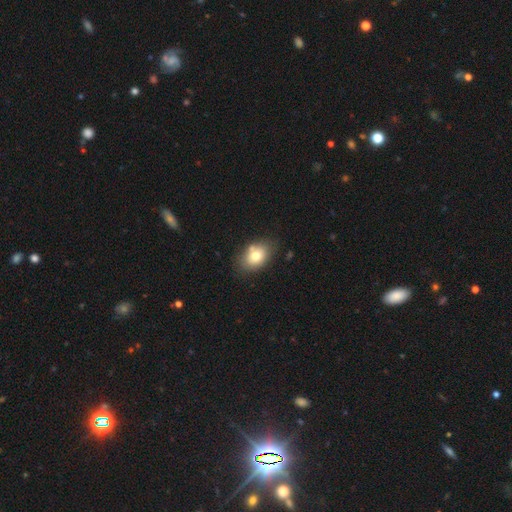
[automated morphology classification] The model was most divided on "merging": none: 71%, minor disturbance: 17%, merger: 9%, major disturbance: 4%. More confident: how rounded — in between (79%); smooth or featured — smooth (75%).